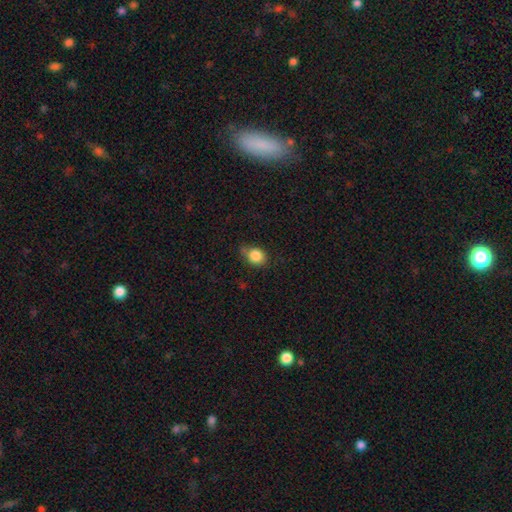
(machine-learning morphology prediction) Smooth or featured? Predicted: smooth (p=0.85). How rounded? Predicted: round (p=0.61). Merging? Predicted: none (p=0.62).